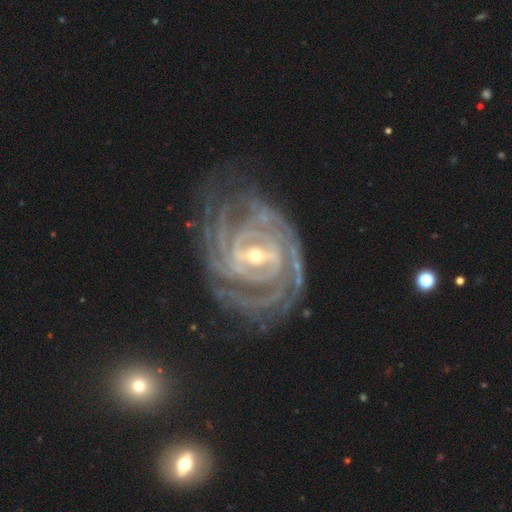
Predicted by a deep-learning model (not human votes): Overall: featured or disk (93%). Edge-on disk: no (97%). Bar: strong (50%; weak 38%). Spiral arms: yes (99%). Spiral arm count: 4 (26%; 3 22%). Spiral winding: tight (81%). Bulge size: small (55%; moderate 42%). Merging: none (71%).